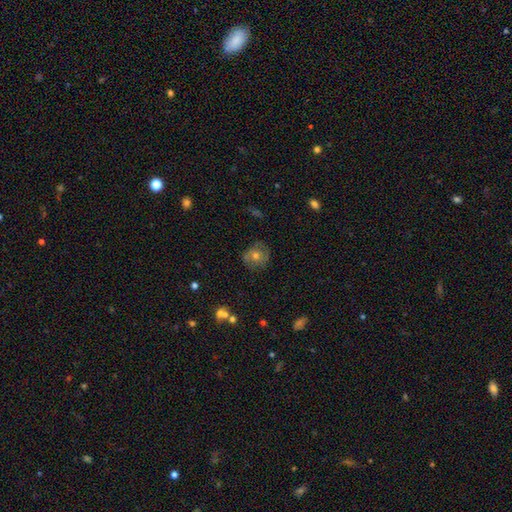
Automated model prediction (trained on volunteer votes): Morphology: type=featured or disk (49%); merging=none (75%).